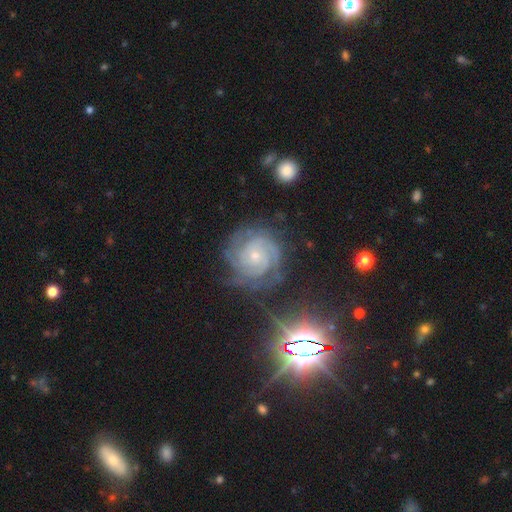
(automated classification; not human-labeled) This appears to be a featured or disk galaxy (84%) with no bar (75%), 3 (32%) tight (73%) spiral arms (97%) and a small central bulge (68%). Merging: none (71%).